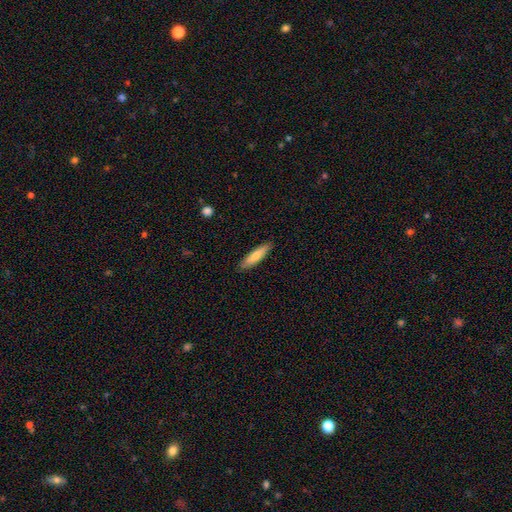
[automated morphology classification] Q: Smooth or featured?
A: smooth (77%); runner-up: featured or disk (18%)
Q: How rounded?
A: cigar-shaped (78%); runner-up: in between (20%)
Q: Merging?
A: none (89%); runner-up: minor disturbance (9%)